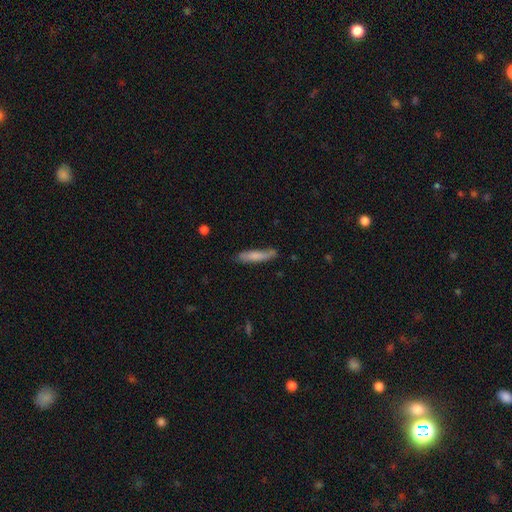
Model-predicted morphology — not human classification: type=smooth (74%); roundness=cigar-shaped (85%); merging=none (71%).